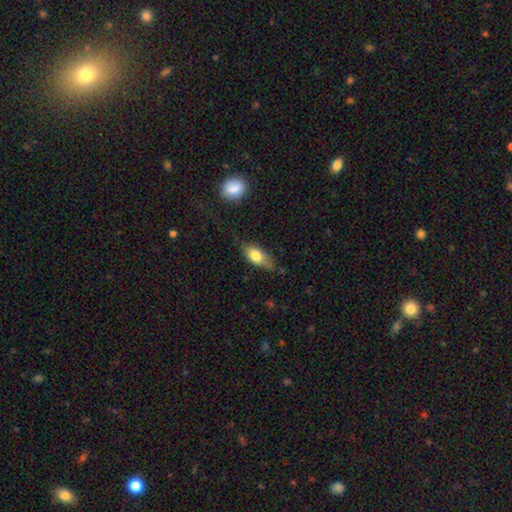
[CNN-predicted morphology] This is likely a smooth galaxy (73%). How rounded: clearly in between (83%). Merging: likely none (62%).